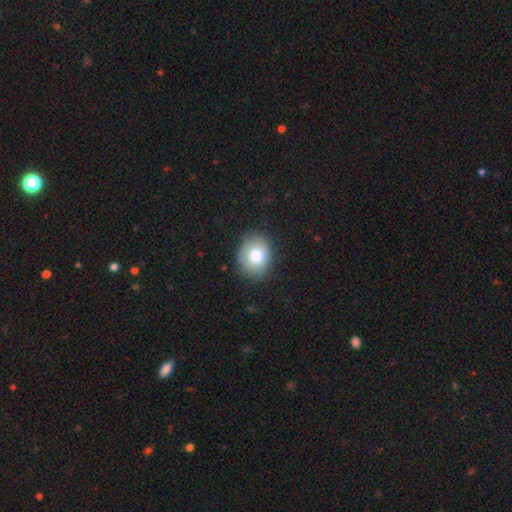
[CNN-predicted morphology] Smooth or featured: smooth — 79% (featured or disk — 12%)
How rounded: round — 58% (in between — 41%)
Merging: none — 81% (minor disturbance — 15%)